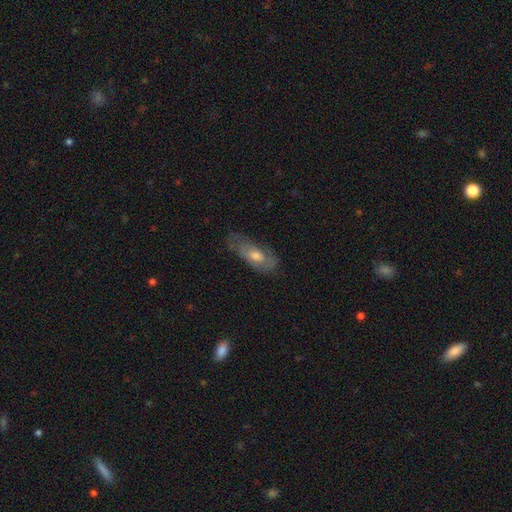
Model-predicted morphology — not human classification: The model was most divided on "smooth or featured": featured or disk: 47%, smooth: 46%, star or artifact: 7%. More confident: merging — none (59%).